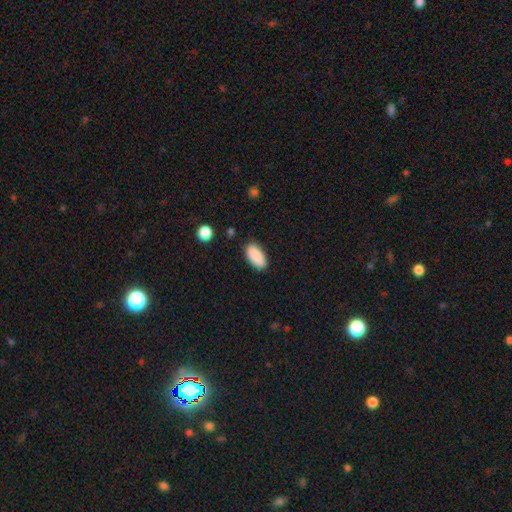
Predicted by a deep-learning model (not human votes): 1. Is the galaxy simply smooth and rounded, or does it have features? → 89% smooth, 7% star or artifact, 4% featured or disk.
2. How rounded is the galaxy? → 91% in between, 7% cigar-shaped, 2% round.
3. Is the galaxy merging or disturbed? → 82% none, 13% minor disturbance, 3% major disturbance, 2% merger.